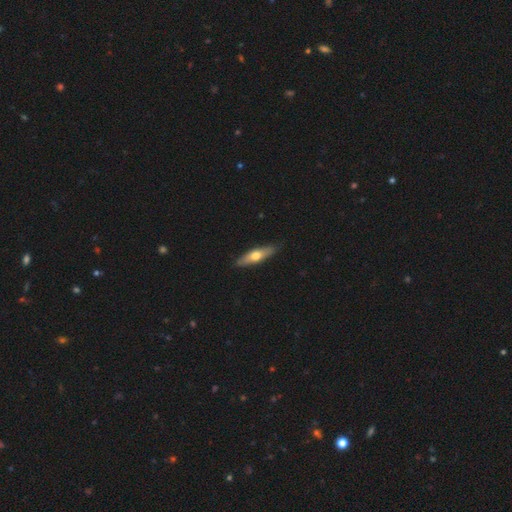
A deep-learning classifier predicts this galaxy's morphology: smooth 52%, featured or disk 43%, star or artifact 5%. Down the decision tree: how rounded — cigar-shaped (65%); merging — none (87%).